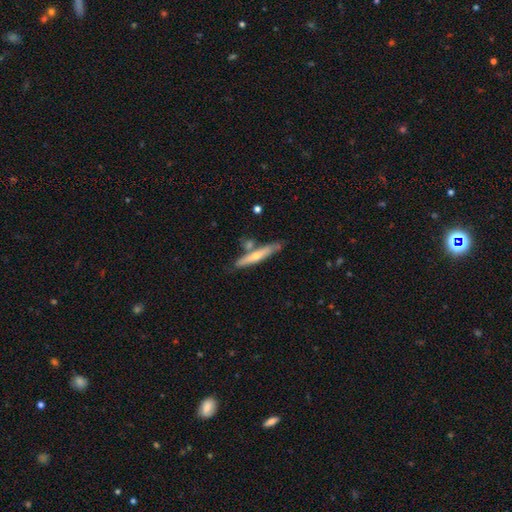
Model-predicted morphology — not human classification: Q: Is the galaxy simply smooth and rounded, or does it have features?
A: smooth — 49%.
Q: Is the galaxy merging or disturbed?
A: none — 71%.